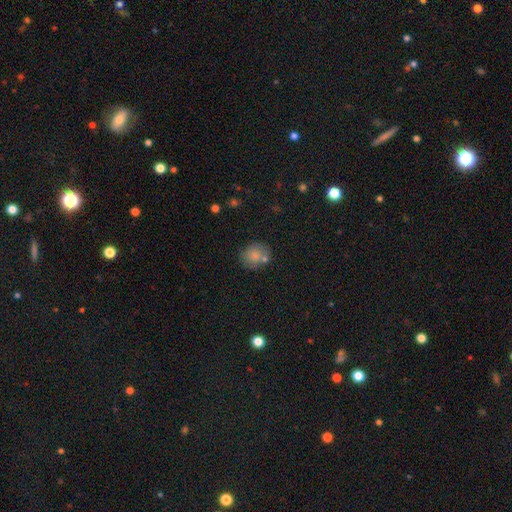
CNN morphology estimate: This is likely a smooth galaxy (79%). How rounded: likely round (75%). Merging: likely none (65%).